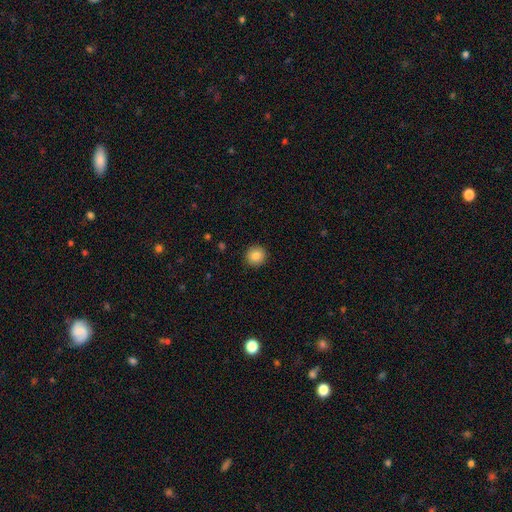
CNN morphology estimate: This is clearly a smooth galaxy (86%). How rounded: clearly round (92%). Merging: clearly none (91%).